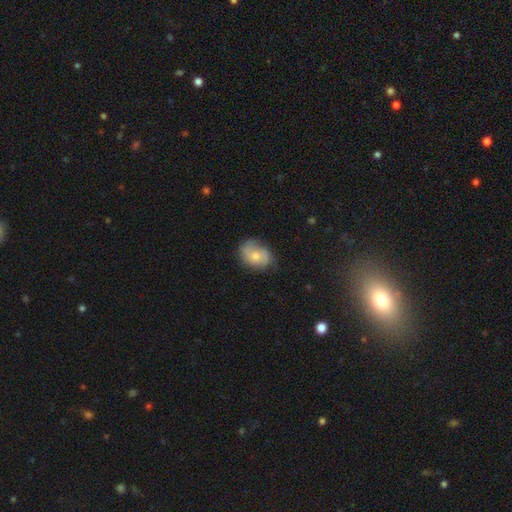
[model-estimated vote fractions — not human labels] smooth_or_featured: smooth (p=0.57) [alt: featured or disk p=0.36]
how_rounded: in between (p=0.63) [alt: round p=0.36]
merging: none (p=0.66) [alt: minor disturbance p=0.25]